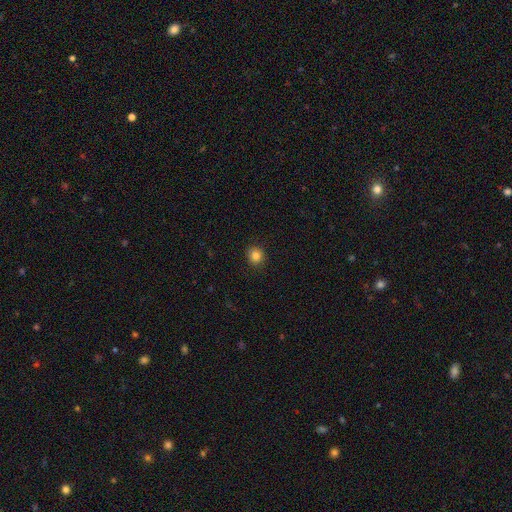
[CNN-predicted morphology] The model was most divided on "smooth or featured": smooth: 84%, star or artifact: 12%, featured or disk: 4%. More confident: merging — none (91%); how rounded — round (88%).